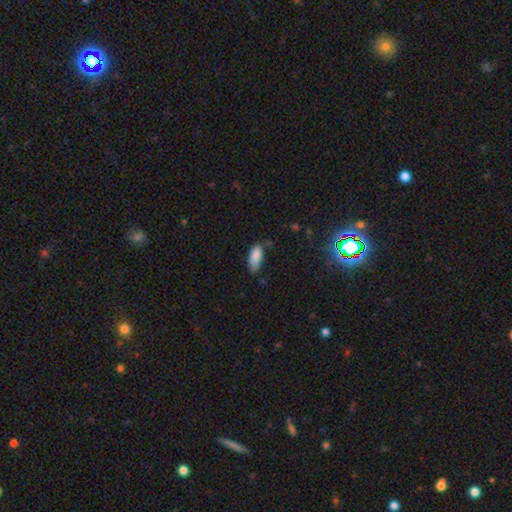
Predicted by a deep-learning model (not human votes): Smooth or featured? Predicted: smooth (p=0.86). How rounded? Predicted: in between (p=0.87). Merging? Predicted: none (p=0.56).